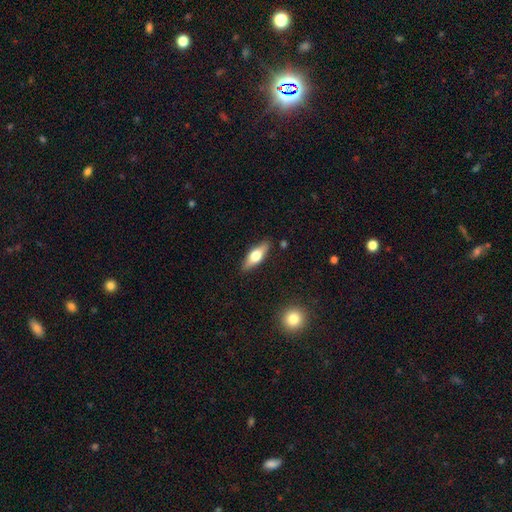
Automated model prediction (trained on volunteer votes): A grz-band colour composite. It shows a smooth galaxy with no disk features (49%). Merging: none (87%).